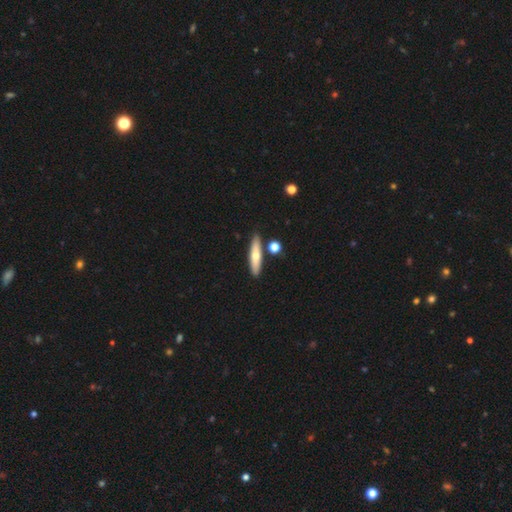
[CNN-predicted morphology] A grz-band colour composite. It shows a smooth galaxy with no disk features (59%) that is cigar-shaped (75%). Merging: none (82%).